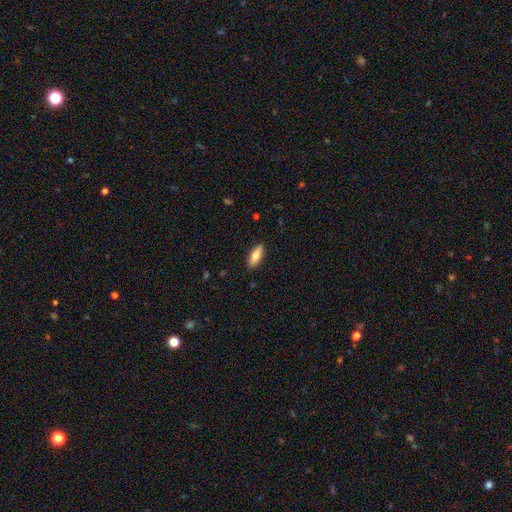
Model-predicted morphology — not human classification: smooth 78%, featured or disk 16%, star or artifact 6%. Down the decision tree: how rounded — in between (69%); merging — none (87%).